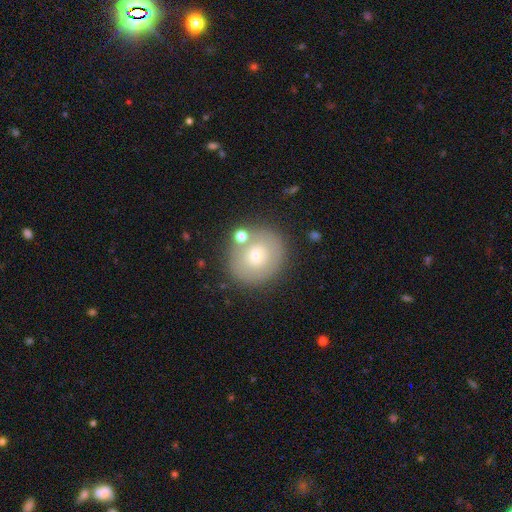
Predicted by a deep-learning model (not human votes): smooth_or_featured: smooth (p=0.58) [alt: featured or disk p=0.32]
how_rounded: round (p=0.86) [alt: in between p=0.13]
merging: none (p=0.77) [alt: minor disturbance p=0.11]